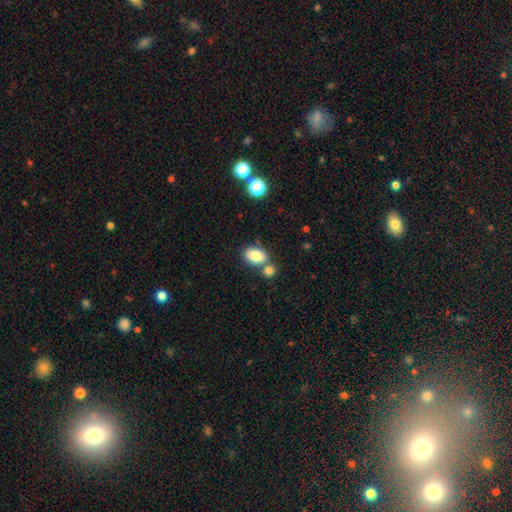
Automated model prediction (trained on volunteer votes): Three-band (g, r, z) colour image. It shows a smooth galaxy with no disk features (83%) that is in between round and cigar-shaped (86%). Merging: none (58%).